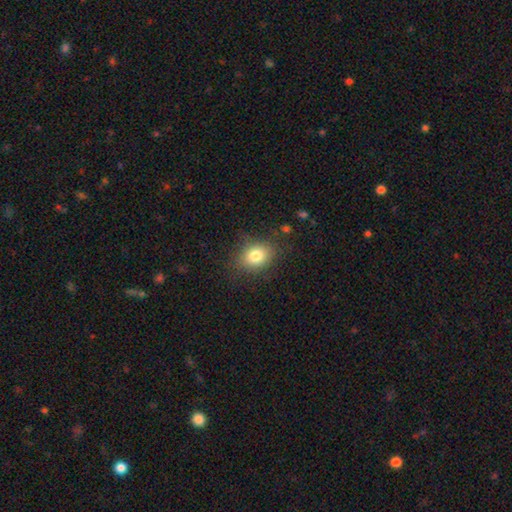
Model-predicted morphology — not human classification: Smooth or featured: smooth — 80% (star or artifact — 11%)
How rounded: in between — 55% (round — 44%)
Merging: none — 80% (minor disturbance — 14%)